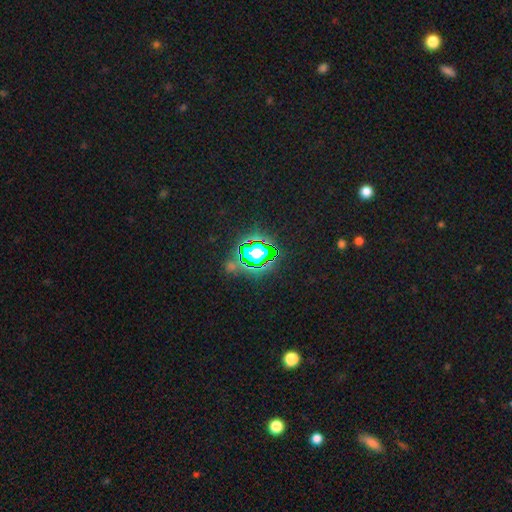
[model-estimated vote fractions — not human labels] The model was most divided on "smooth or featured": star or artifact: 76%, smooth: 16%, featured or disk: 8%.